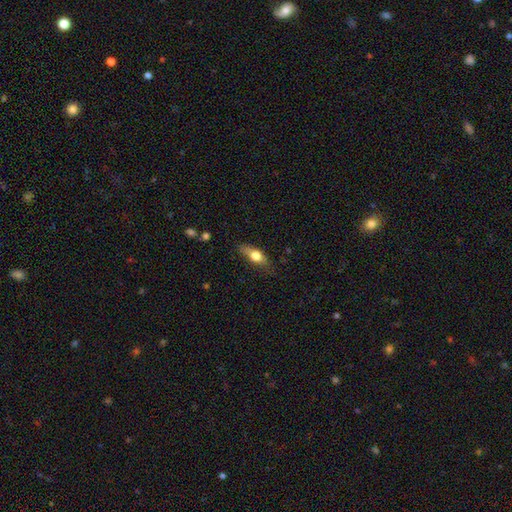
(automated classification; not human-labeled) Smooth or featured? smooth (62%)
How rounded? in between (65%)
Merging? none (70%)